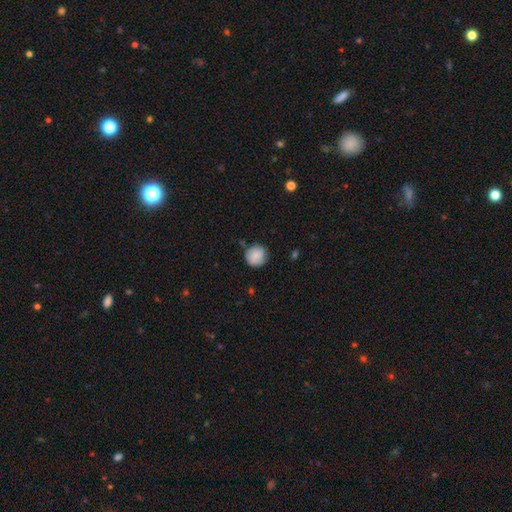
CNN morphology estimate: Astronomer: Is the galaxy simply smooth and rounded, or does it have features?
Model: smooth — 80%.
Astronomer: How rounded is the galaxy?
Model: round — 91%.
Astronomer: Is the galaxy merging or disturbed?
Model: none — 74%.